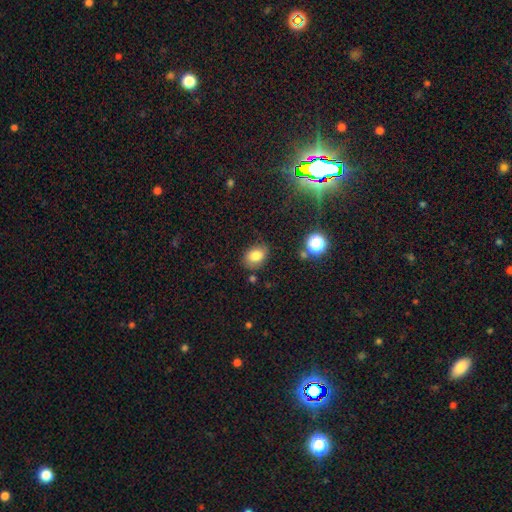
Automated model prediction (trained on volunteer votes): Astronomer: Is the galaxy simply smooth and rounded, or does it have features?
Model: smooth — 79%.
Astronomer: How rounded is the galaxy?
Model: in between — 68%.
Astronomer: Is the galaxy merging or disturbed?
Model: none — 75%.